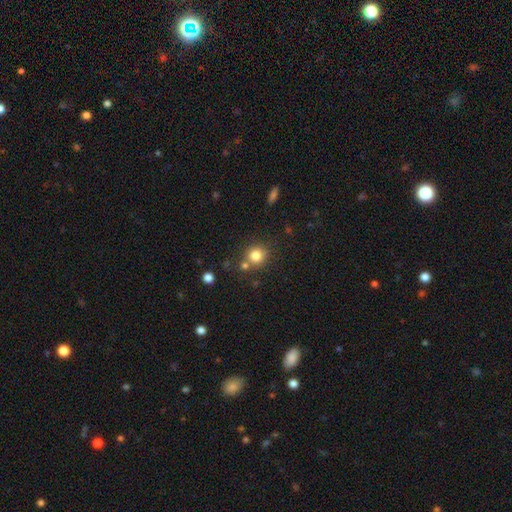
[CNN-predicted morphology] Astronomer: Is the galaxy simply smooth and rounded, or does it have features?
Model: smooth — 81%.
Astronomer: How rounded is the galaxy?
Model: round — 89%.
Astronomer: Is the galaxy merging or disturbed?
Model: none — 71%.